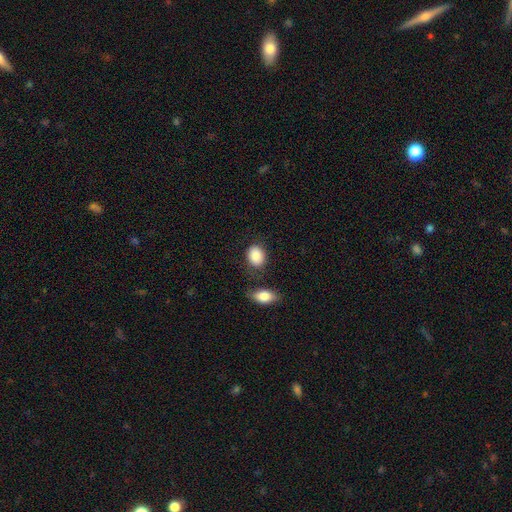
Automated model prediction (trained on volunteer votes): The model was most divided on "how rounded": in between: 65%, round: 34%, cigar-shaped: 1%. More confident: smooth or featured — smooth (87%); merging — none (73%).